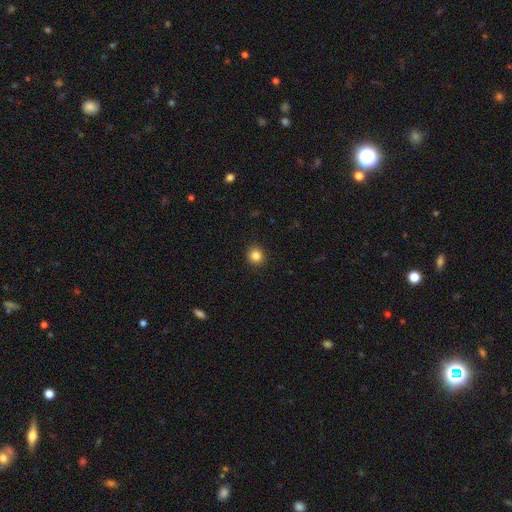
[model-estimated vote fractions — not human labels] smooth 84%, star or artifact 11%, featured or disk 5%. Down the decision tree: how rounded — round (90%); merging — none (92%).